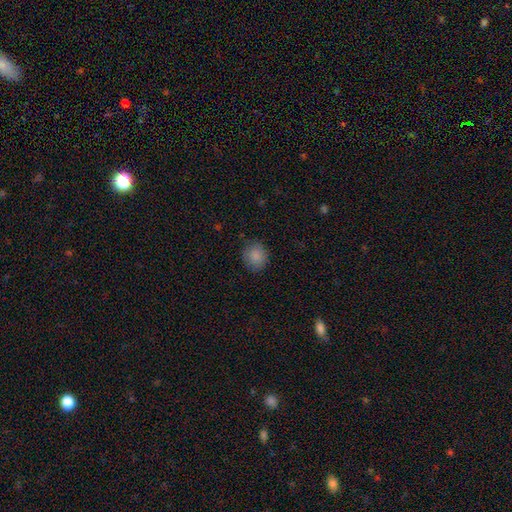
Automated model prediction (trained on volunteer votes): A smooth galaxy with no disk features (87%) that is round (76%). Merging: none (84%).